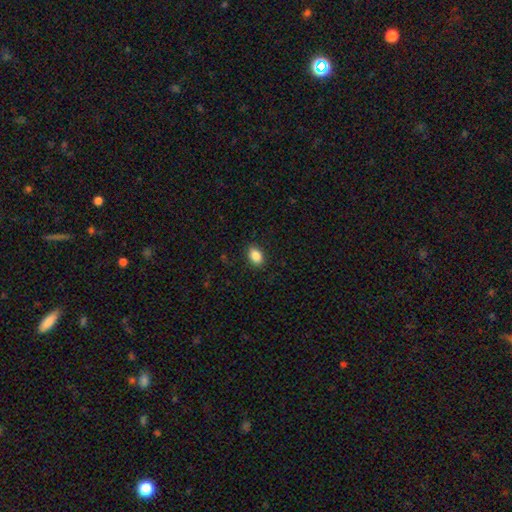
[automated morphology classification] Smooth or featured? smooth (88%)
How rounded? in between (85%)
Merging? none (88%)